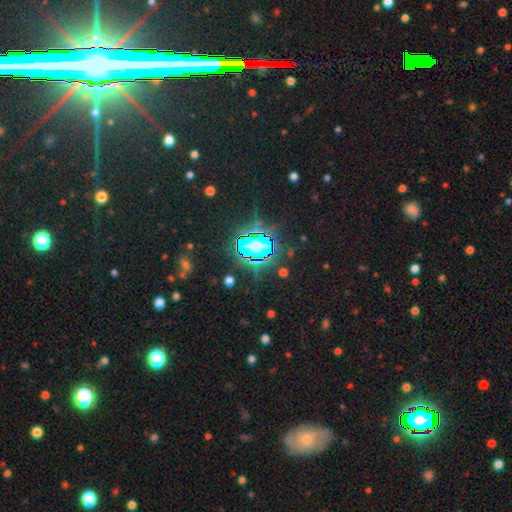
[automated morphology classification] This appears to be a star or artifact, not a galaxy (69%).